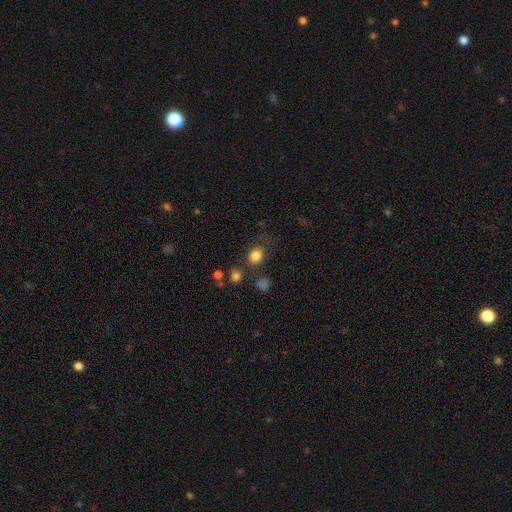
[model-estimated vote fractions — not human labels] Smooth or featured? smooth (81%)
How rounded? round (65%)
Merging? none (73%)